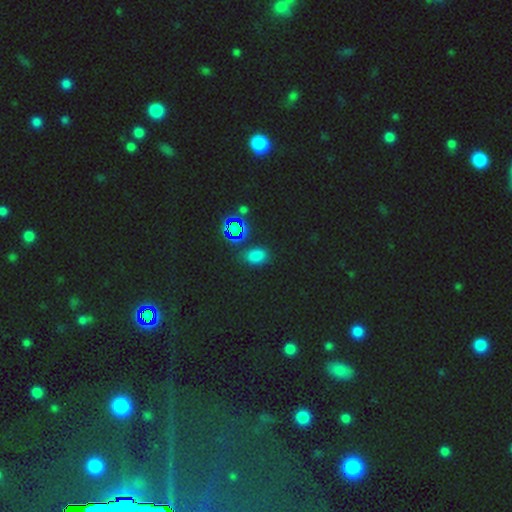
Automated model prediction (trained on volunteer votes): A smooth galaxy with no disk features (55%) that is in between round and cigar-shaped (77%).

Vote fractions:
- Smooth or featured? smooth: 55% / star or artifact: 39% / featured or disk: 5%
- How rounded? in between: 77% / round: 20% / cigar-shaped: 3%
- Merging? none: 82% / minor disturbance: 11% / major disturbance: 4% / merger: 3%